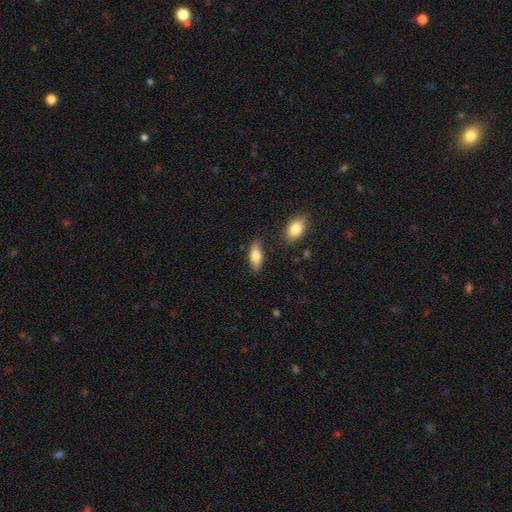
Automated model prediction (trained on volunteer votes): Overall: smooth (76%). How rounded: in between (80%). Merging: none (82%).